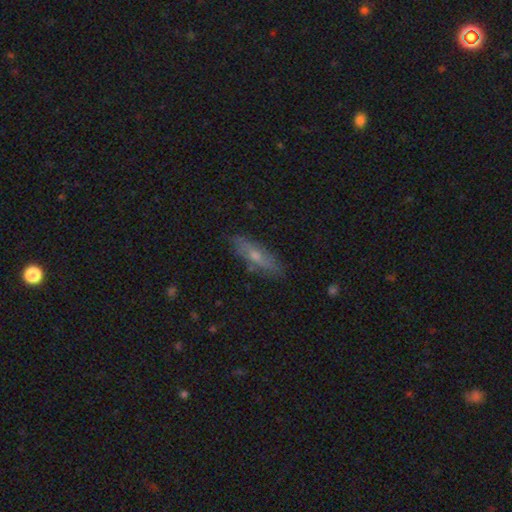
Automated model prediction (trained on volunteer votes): This appears to be a smooth galaxy with no disk features (48%). Merging: none (81%).